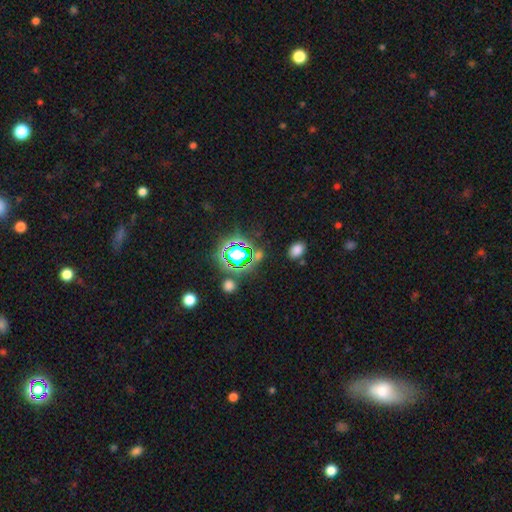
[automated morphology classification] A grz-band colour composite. It shows a star or artifact, not a galaxy (66%).